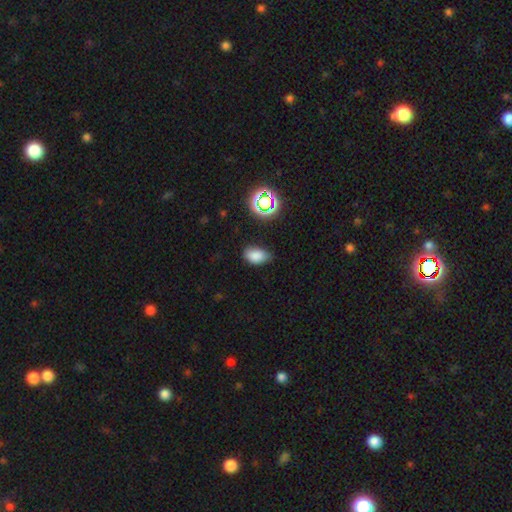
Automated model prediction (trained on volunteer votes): Morphology: type=smooth (81%); roundness=in between (88%); merging=none (69%).